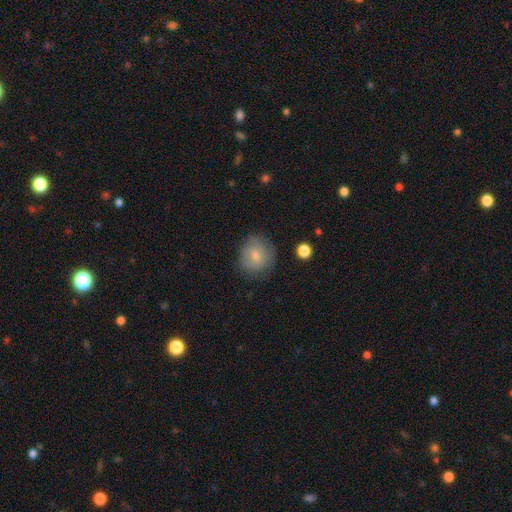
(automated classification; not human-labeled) Smooth or featured? Predicted: smooth (p=0.72). How rounded? Predicted: round (p=0.80). Merging? Predicted: none (p=0.73).